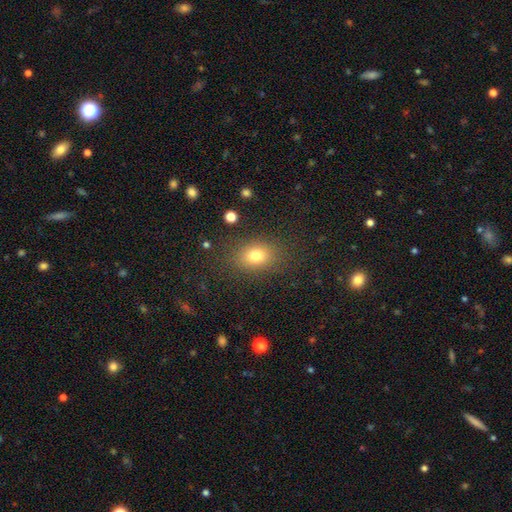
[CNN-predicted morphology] type=smooth (78%); roundness=in between (72%); merging=none (84%).